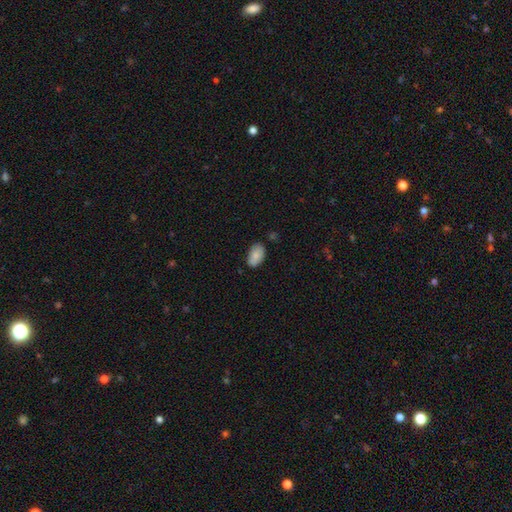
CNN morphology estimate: type=smooth (82%); roundness=in between (92%); merging=none (73%).